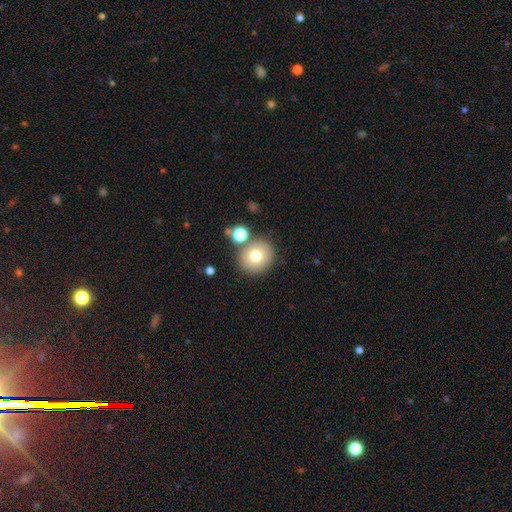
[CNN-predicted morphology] A smooth galaxy with no disk features (74%) that is round (85%).

Vote fractions:
- Smooth or featured? smooth: 74% / featured or disk: 14% / star or artifact: 12%
- How rounded? round: 85% / in between: 14% / cigar-shaped: 1%
- Merging? none: 78% / merger: 10% / minor disturbance: 9% / major disturbance: 3%